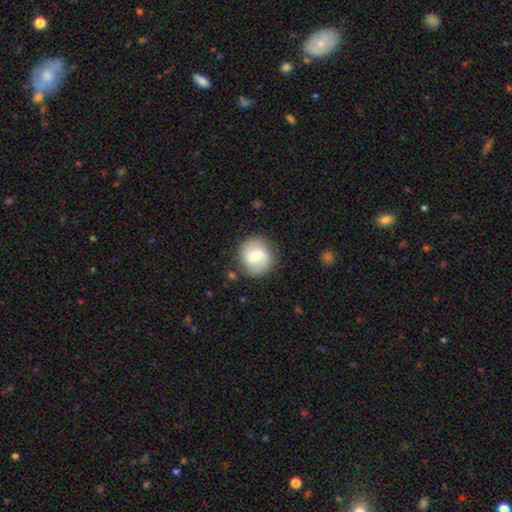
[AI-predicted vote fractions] Smooth or featured: featured or disk — 50% (smooth — 43%)
Edge-on disk: no — 97% (yes — 3%)
Merging: none — 84% (minor disturbance — 11%)